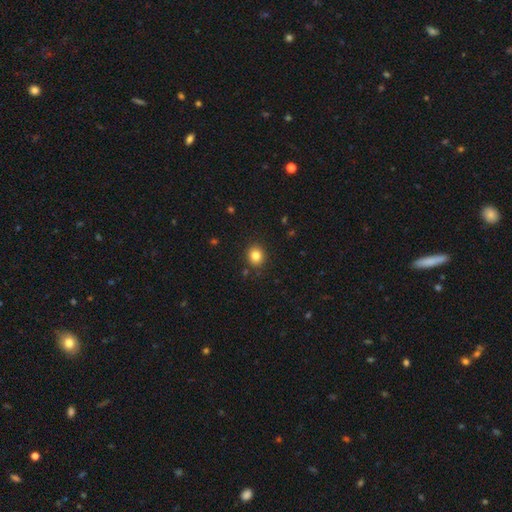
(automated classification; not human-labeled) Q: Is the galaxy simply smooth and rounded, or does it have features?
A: smooth — 82%.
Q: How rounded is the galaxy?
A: round — 75%.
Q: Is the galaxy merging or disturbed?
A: none — 89%.